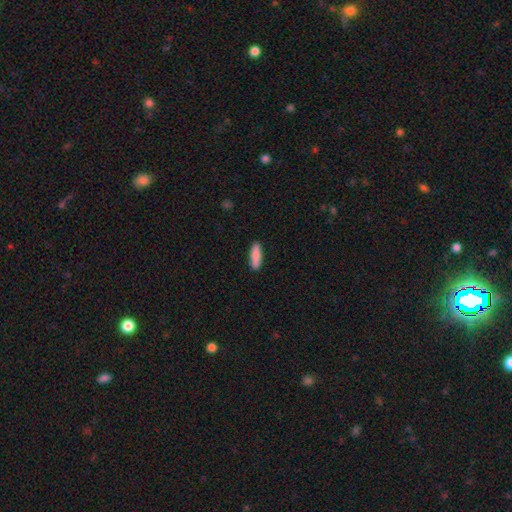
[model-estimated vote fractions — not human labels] A smooth galaxy with no disk features (89%) that is cigar-shaped (64%).

Vote fractions:
- Smooth or featured? smooth: 89% / star or artifact: 6% / featured or disk: 6%
- How rounded? cigar-shaped: 64% / in between: 35% / round: 2%
- Merging? none: 90% / minor disturbance: 7% / major disturbance: 2% / merger: 1%